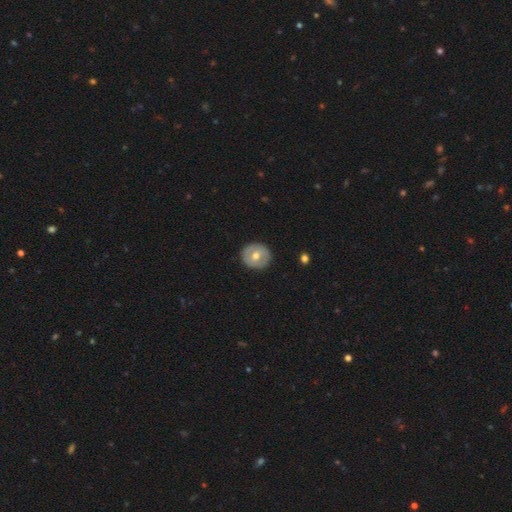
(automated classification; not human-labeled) Smooth or featured: smooth — 54% (featured or disk — 40%)
How rounded: round — 88% (in between — 11%)
Merging: none — 89% (minor disturbance — 8%)